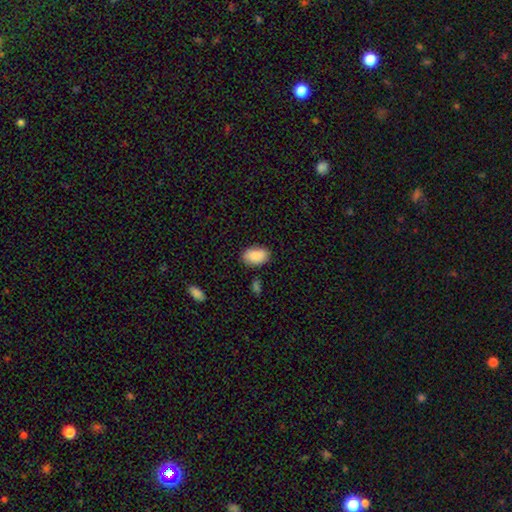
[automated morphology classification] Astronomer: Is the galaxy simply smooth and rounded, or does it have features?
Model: smooth — 89%.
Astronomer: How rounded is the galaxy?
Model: in between — 91%.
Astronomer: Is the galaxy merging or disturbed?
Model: none — 81%.